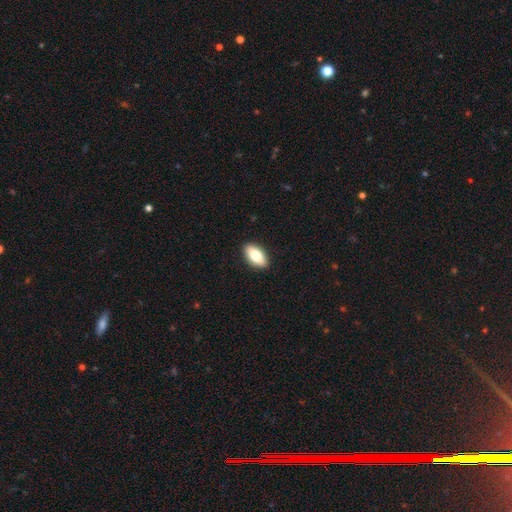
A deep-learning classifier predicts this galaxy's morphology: A smooth galaxy with no disk features (77%) that is in between round and cigar-shaped (91%). Merging: none (91%).